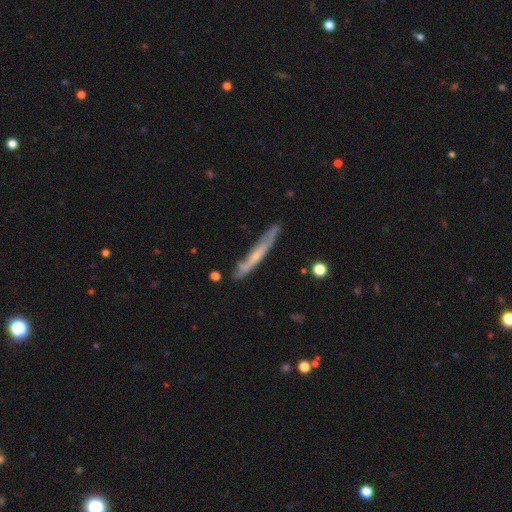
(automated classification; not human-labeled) featured or disk 55%, smooth 38%, star or artifact 6%. Down the decision tree: edge-on disk — yes (86%); merging — none (75%).